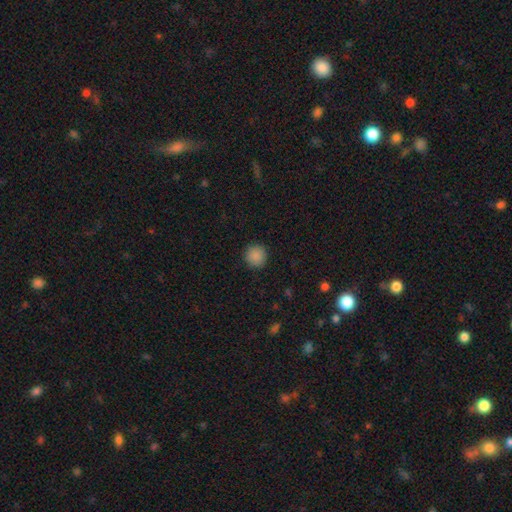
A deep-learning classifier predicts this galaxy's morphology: smooth 88%, star or artifact 9%, featured or disk 3%. Down the decision tree: how rounded — round (94%); merging — none (91%).